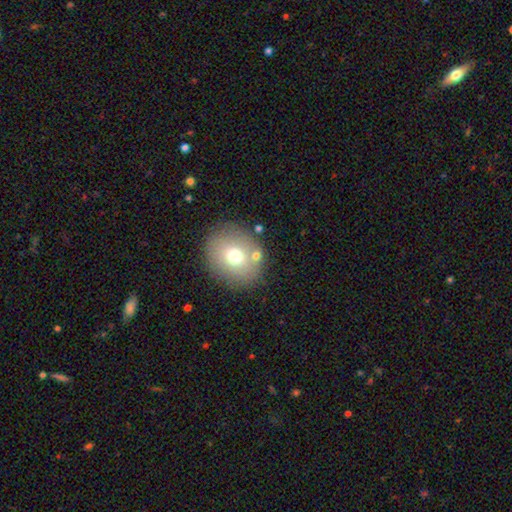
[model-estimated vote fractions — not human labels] This is likely a smooth galaxy (68%). How rounded: likely round (69%). Merging: likely none (79%).